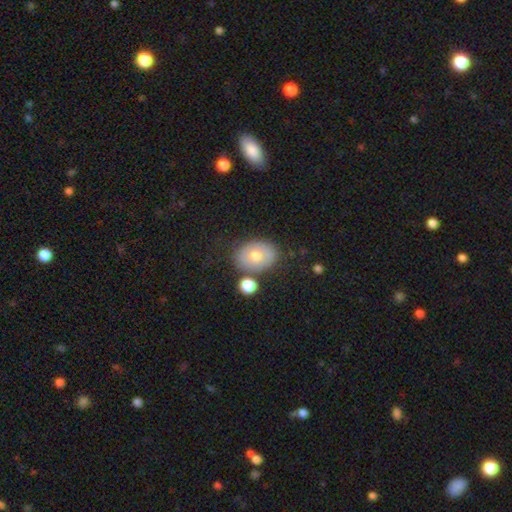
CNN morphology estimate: smooth 71%, featured or disk 20%, star or artifact 9%. Down the decision tree: how rounded — in between (70%); merging — none (73%).